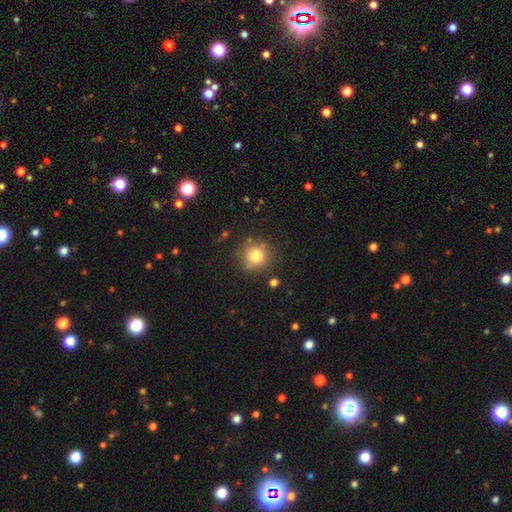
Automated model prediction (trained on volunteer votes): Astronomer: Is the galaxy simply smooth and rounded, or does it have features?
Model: smooth — 78%.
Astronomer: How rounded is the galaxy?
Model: round — 92%.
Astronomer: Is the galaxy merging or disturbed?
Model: none — 82%.